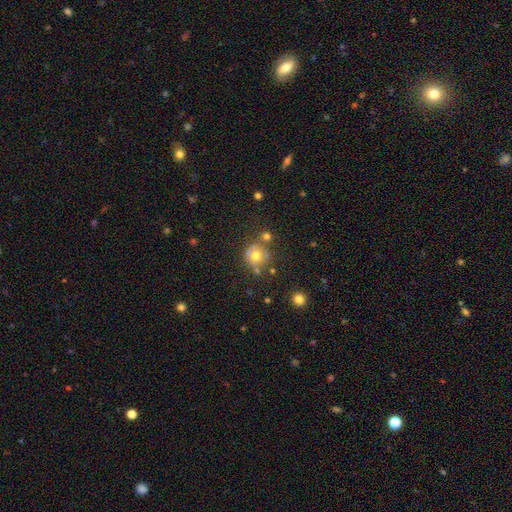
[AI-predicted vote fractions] A smooth galaxy with no disk features (60%) that is round (88%).

Vote fractions:
- Smooth or featured? smooth: 60% / featured or disk: 29% / star or artifact: 12%
- How rounded? round: 88% / in between: 11% / cigar-shaped: 1%
- Merging? none: 62% / minor disturbance: 17% / merger: 14% / major disturbance: 7%